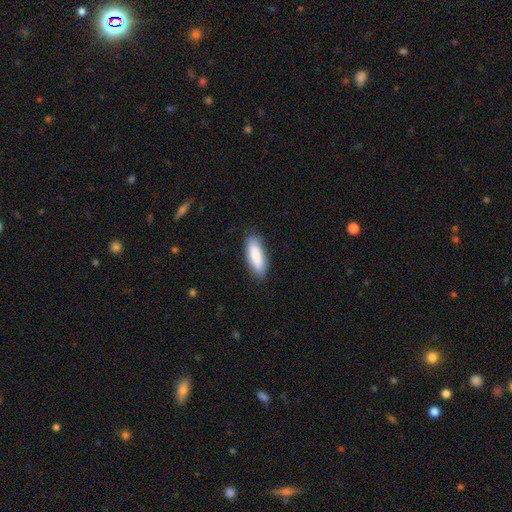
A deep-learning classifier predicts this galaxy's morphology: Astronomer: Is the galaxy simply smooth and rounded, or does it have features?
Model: smooth — 87%.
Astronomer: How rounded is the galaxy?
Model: in between — 64%.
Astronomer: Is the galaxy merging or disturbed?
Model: none — 84%.